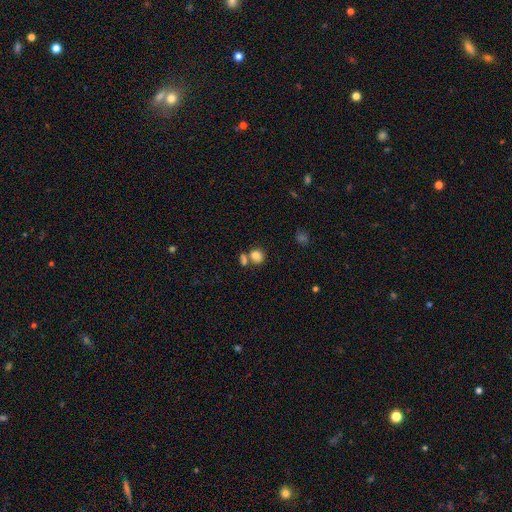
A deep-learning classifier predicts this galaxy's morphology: The model was most divided on "merging": none: 50%, merger: 34%, minor disturbance: 11%, major disturbance: 5%. More confident: smooth or featured — smooth (82%); how rounded — round (65%).